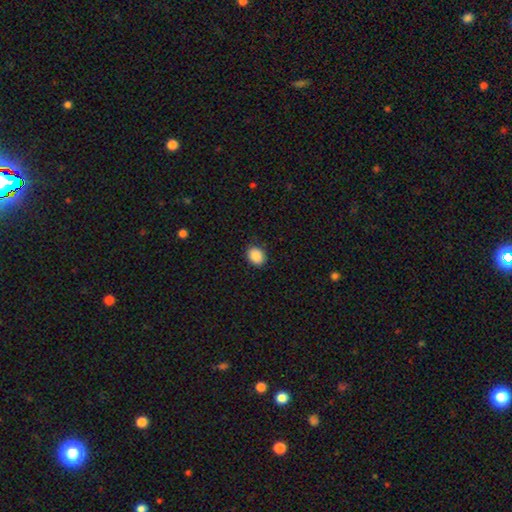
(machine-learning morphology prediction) A smooth galaxy with no disk features (89%) that is in between round and cigar-shaped (54%). Merging: none (88%).